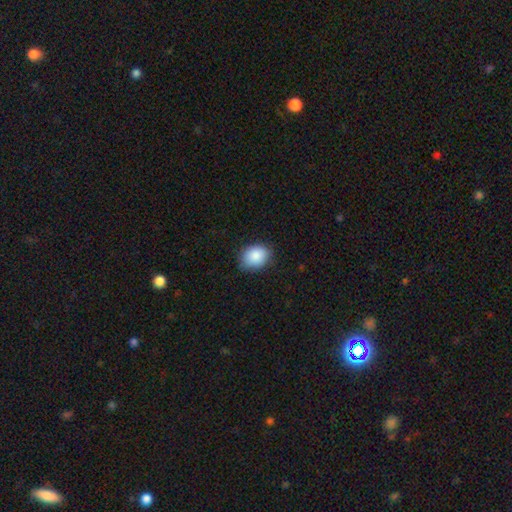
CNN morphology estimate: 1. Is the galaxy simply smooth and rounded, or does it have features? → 88% smooth, 7% star or artifact, 5% featured or disk.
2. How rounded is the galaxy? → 62% in between, 37% round, 1% cigar-shaped.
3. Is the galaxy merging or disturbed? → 81% none, 16% minor disturbance, 3% major disturbance, 1% merger.